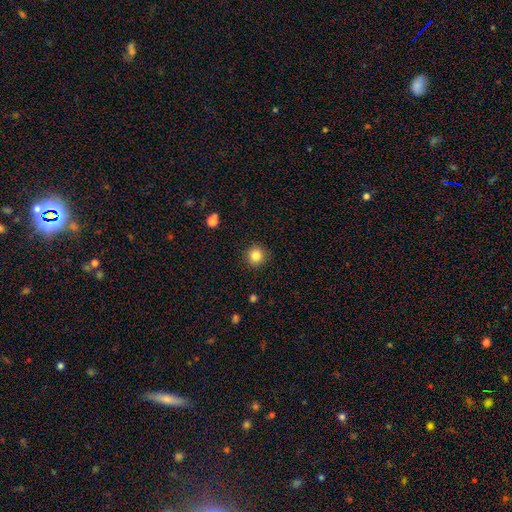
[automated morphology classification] A smooth galaxy with no disk features (85%) that is round (93%).

Vote fractions:
- Smooth or featured? smooth: 85% / star or artifact: 11% / featured or disk: 5%
- How rounded? round: 93% / in between: 6% / cigar-shaped: 1%
- Merging? none: 91% / minor disturbance: 6% / major disturbance: 2% / merger: 1%